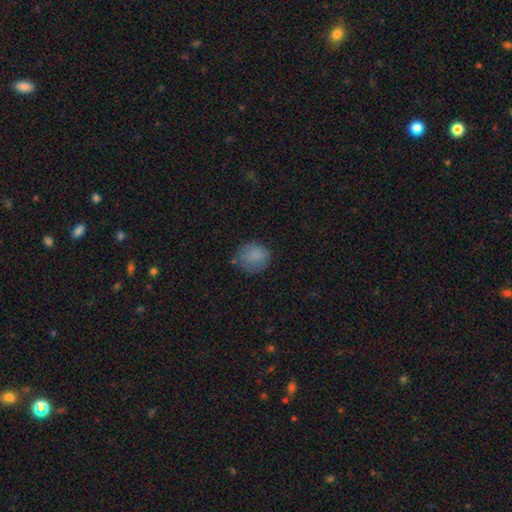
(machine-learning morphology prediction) type=smooth (83%); roundness=round (78%); merging=none (67%).